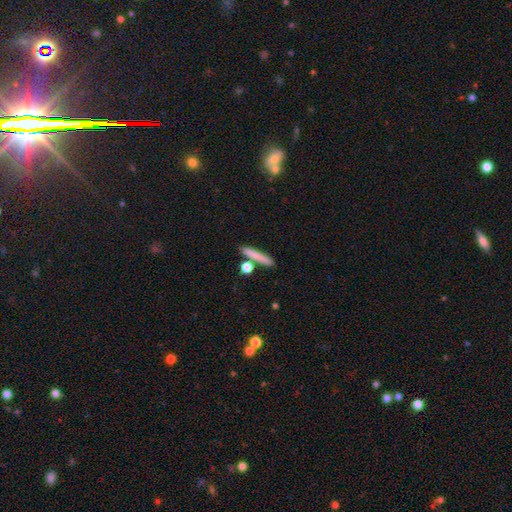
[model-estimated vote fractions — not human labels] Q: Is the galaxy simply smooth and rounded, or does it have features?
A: smooth — 78%.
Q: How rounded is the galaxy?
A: cigar-shaped — 76%.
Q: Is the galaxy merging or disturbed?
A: none — 77%.